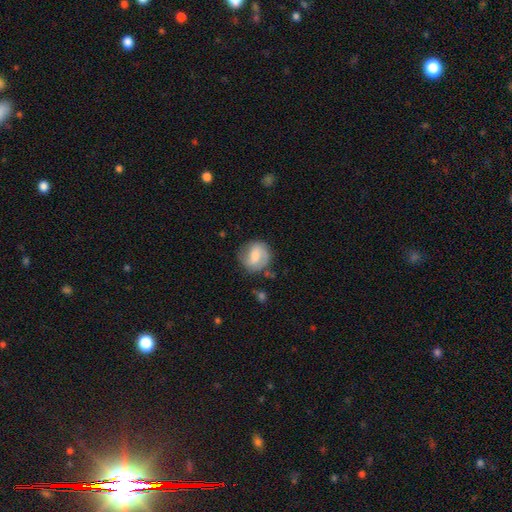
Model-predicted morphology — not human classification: smooth 47%, featured or disk 46%, star or artifact 7%. Down the decision tree: merging — none (69%).